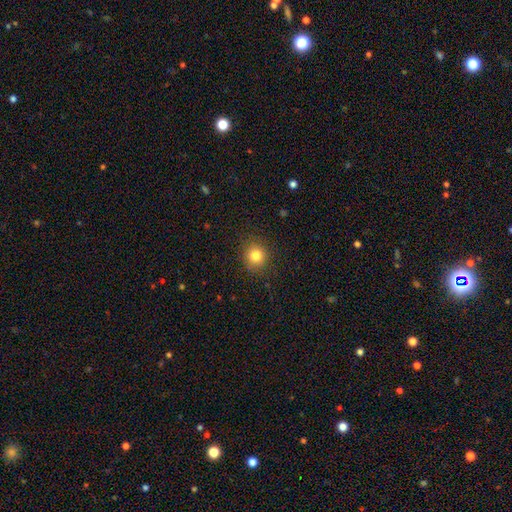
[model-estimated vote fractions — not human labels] smooth_or_featured: smooth (p=0.81) [alt: star or artifact p=0.12]
how_rounded: round (p=0.87) [alt: in between p=0.12]
merging: none (p=0.89) [alt: minor disturbance p=0.07]